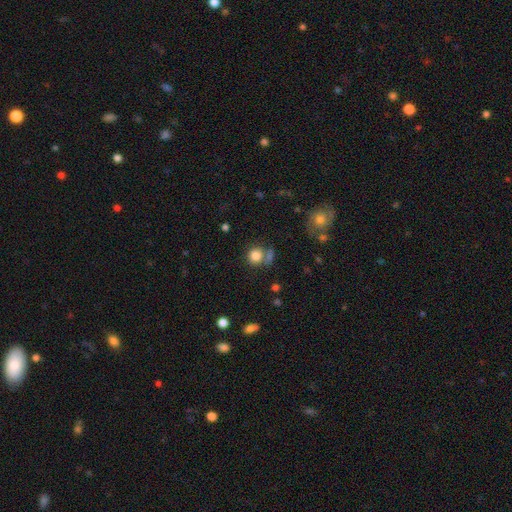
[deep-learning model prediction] Smooth or featured? Predicted: smooth (p=0.82). How rounded? Predicted: round (p=0.88). Merging? Predicted: none (p=0.64).